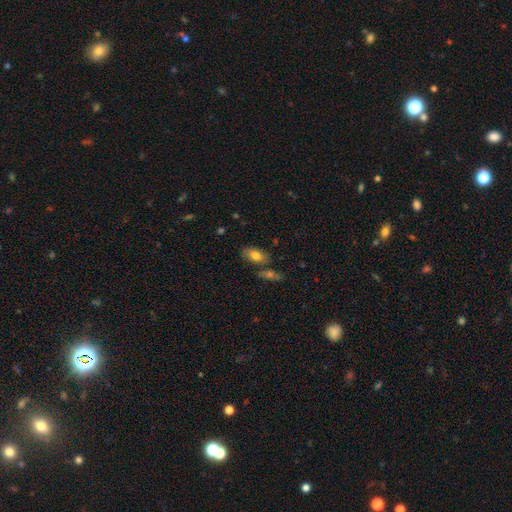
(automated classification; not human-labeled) This appears to be a smooth galaxy with no disk features (77%) that is in between round and cigar-shaped (89%). Merging: none (67%).